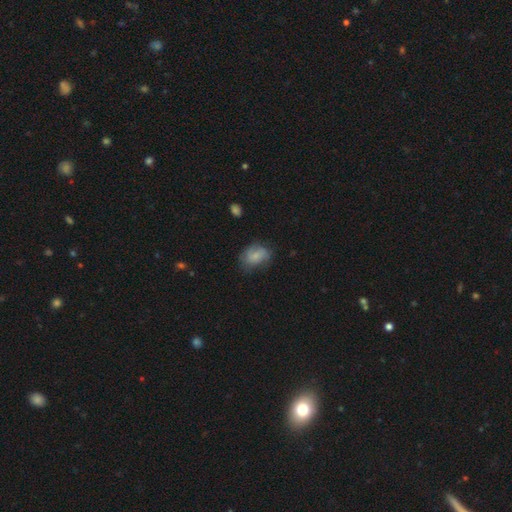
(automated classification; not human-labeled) smooth_or_featured: smooth (p=0.72) [alt: featured or disk p=0.20]
how_rounded: in between (p=0.78) [alt: round p=0.20]
merging: none (p=0.58) [alt: minor disturbance p=0.29]